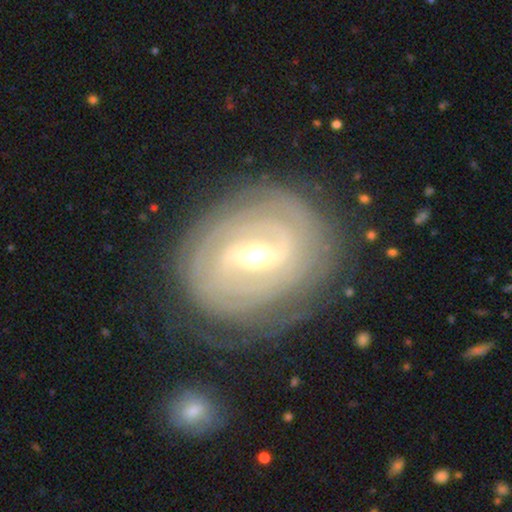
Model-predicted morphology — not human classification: A featured or disk galaxy (86%) with a strong bar (48%), tight (78%) spiral arms (91%) and a moderate central bulge (61%).

Vote fractions:
- Smooth or featured? featured or disk: 86% / smooth: 9% / star or artifact: 5%
- Edge-on disk? no: 95% / yes: 5%
- Bar? strong: 48% / weak: 42% / no: 10%
- Spiral arms? yes: 91% / no: 9%
- Spiral winding? tight: 78% / medium: 17% / loose: 5%
- Spiral arm count? can't tell: 35% / 2: 30% / 3: 15% / 4: 9% / more than 4: 5% / 1: 5%
- Bulge size? moderate: 61% / small: 33% / large: 4% / dominant: 1% / none: 1%
- Merging? none: 80% / minor disturbance: 13% / major disturbance: 5% / merger: 2%